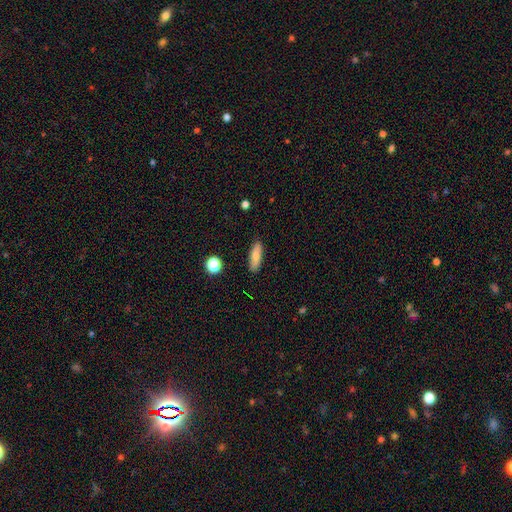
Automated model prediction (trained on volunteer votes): smooth_or_featured: smooth (p=0.77) [alt: featured or disk p=0.15]
how_rounded: in between (p=0.49) [alt: cigar-shaped p=0.48]
merging: none (p=0.88) [alt: minor disturbance p=0.09]